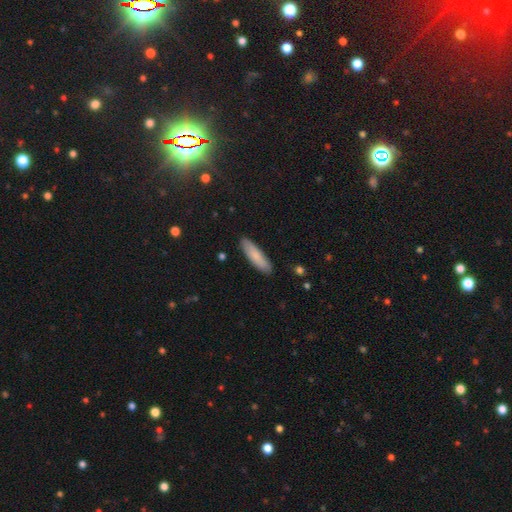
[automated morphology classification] type=smooth (81%); roundness=cigar-shaped (69%); merging=none (89%).